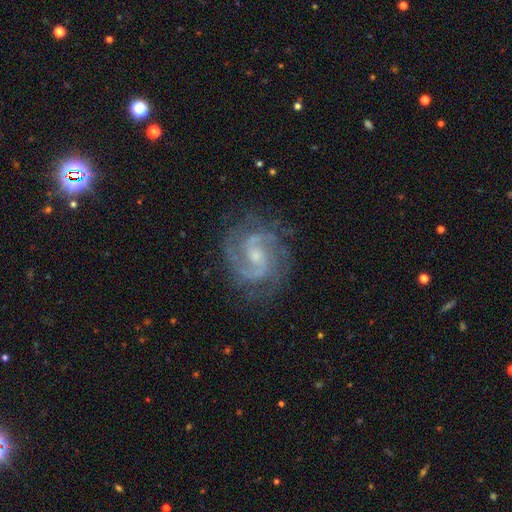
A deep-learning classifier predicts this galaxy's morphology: A featured or disk galaxy (91%) with a weak bar (49%), 2 (85%) medium (58%) spiral arms (98%) and a small central bulge (62%).

Vote fractions:
- Smooth or featured? featured or disk: 91% / star or artifact: 5% / smooth: 3%
- Edge-on disk? no: 98% / yes: 2%
- Bar? weak: 49% / no: 40% / strong: 11%
- Spiral arms? yes: 98% / no: 2%
- Spiral winding? medium: 58% / tight: 30% / loose: 12%
- Spiral arm count? 2: 85% / 3: 6% / can't tell: 4% / 4: 2% / 1: 2% / more than 4: 2%
- Bulge size? small: 62% / moderate: 31% / none: 5% / large: 1% / dominant: 1%
- Merging? none: 80% / minor disturbance: 14% / major disturbance: 5% / merger: 1%